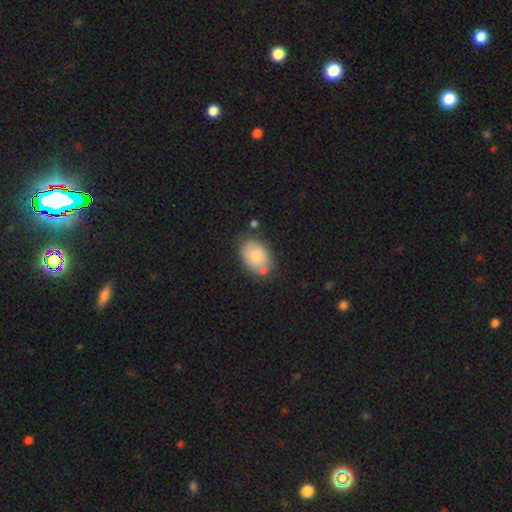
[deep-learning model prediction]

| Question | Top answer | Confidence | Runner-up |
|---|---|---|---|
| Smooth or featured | smooth | 80% | featured or disk (13%) |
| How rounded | in between | 85% | round (14%) |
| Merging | none | 66% | minor disturbance (20%) |